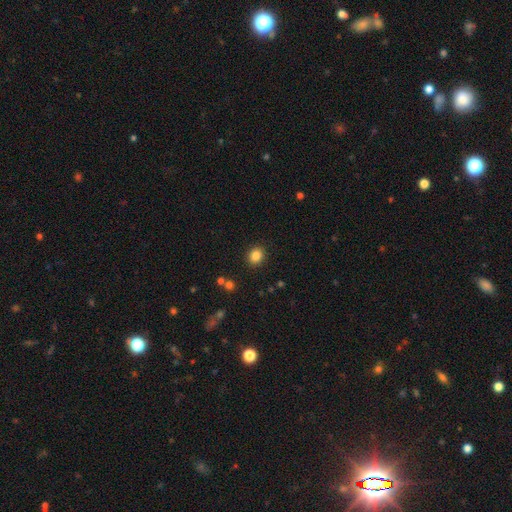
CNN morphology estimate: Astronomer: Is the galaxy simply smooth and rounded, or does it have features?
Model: smooth — 84%.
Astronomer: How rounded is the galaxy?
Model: round — 72%.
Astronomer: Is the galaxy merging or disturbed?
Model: none — 90%.